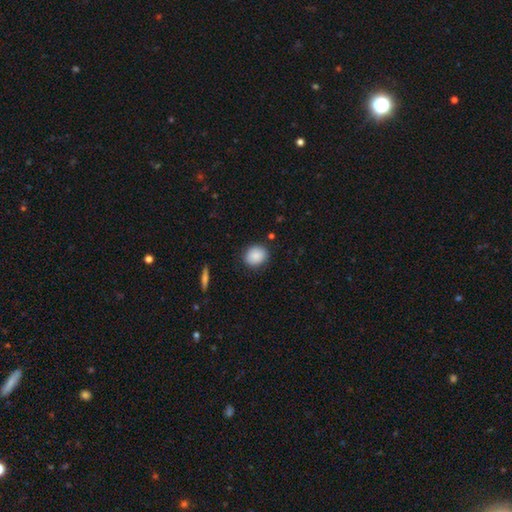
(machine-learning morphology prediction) The model was most divided on "how rounded": round: 68%, in between: 31%, cigar-shaped: 1%. More confident: smooth or featured — smooth (88%); merging — none (87%).